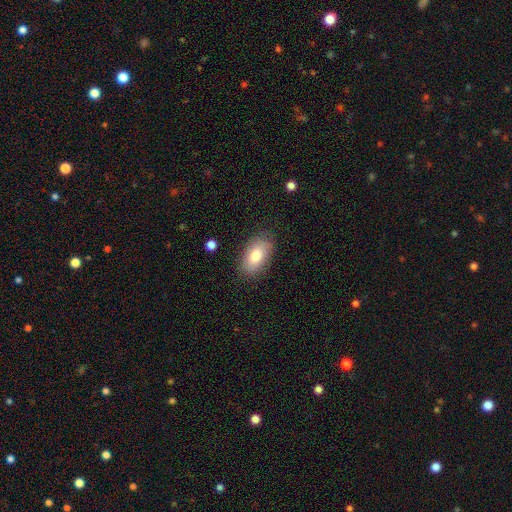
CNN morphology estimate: A smooth galaxy with no disk features (79%) that is in between round and cigar-shaped (93%). Merging: none (83%).